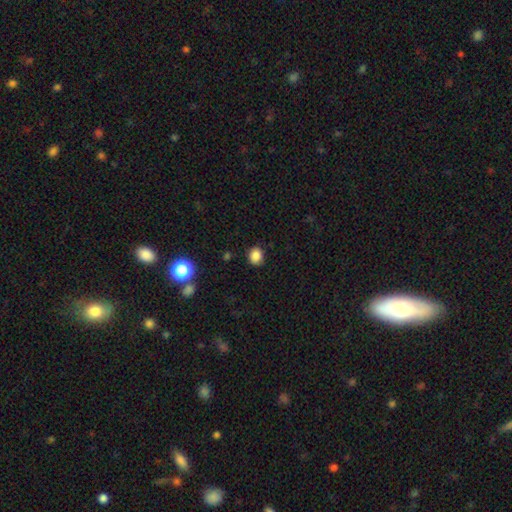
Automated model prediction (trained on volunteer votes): A smooth galaxy with no disk features (84%) that is round (69%). Merging: none (87%).